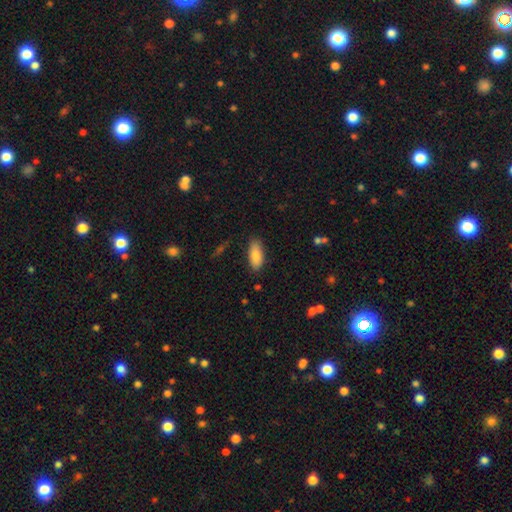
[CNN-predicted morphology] Smooth or featured?
  - smooth: 86% *
  - featured or disk: 8%
  - star or artifact: 6%
How rounded?
  - in between: 84% *
  - cigar-shaped: 14%
  - round: 2%
Merging?
  - none: 85% *
  - minor disturbance: 11%
  - major disturbance: 2%
  - merger: 1%